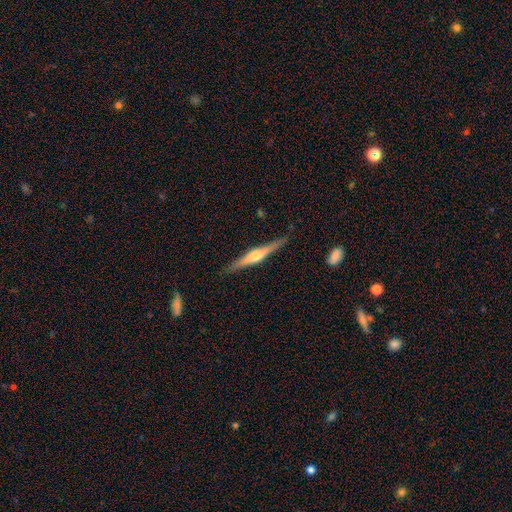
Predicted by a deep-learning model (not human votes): featured or disk 74%, smooth 21%, star or artifact 5%. Down the decision tree: edge-on disk — yes (98%); edge-on bulge — rounded (89%); merging — none (89%).